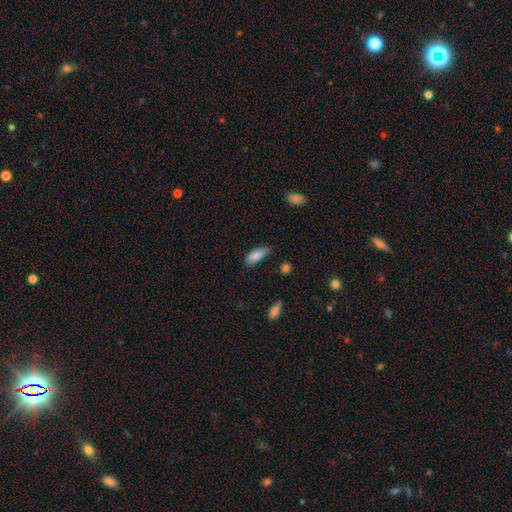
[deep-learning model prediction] The model was most divided on "merging": none: 67%, minor disturbance: 27%, major disturbance: 4%, merger: 2%. More confident: smooth or featured — smooth (86%); how rounded — in between (77%).